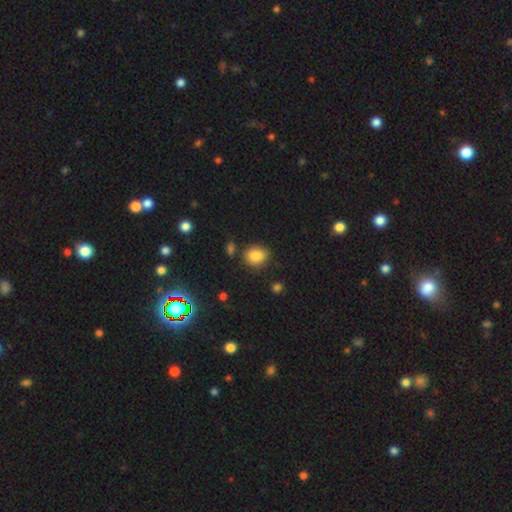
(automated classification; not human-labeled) Smooth or featured: smooth — 85% (star or artifact — 10%)
How rounded: round — 57% (in between — 42%)
Merging: none — 78% (minor disturbance — 14%)